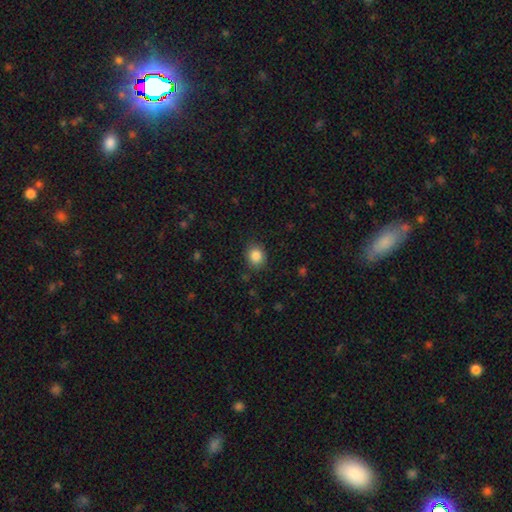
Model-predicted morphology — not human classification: Smooth or featured? smooth (86%)
How rounded? round (73%)
Merging? none (86%)